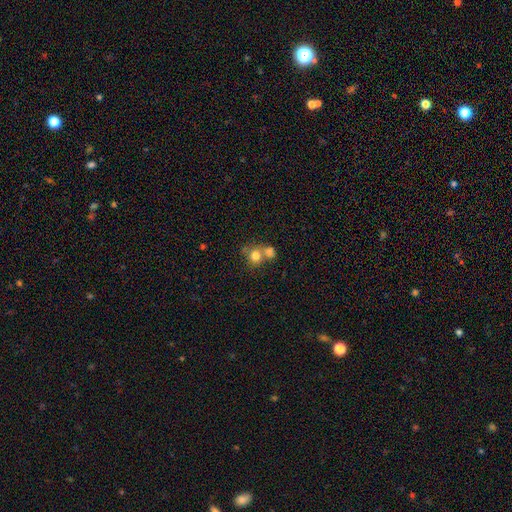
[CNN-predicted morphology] Q: Smooth or featured?
A: smooth (77%); runner-up: star or artifact (11%)
Q: How rounded?
A: round (81%); runner-up: in between (18%)
Q: Merging?
A: merger (45%); runner-up: none (42%)